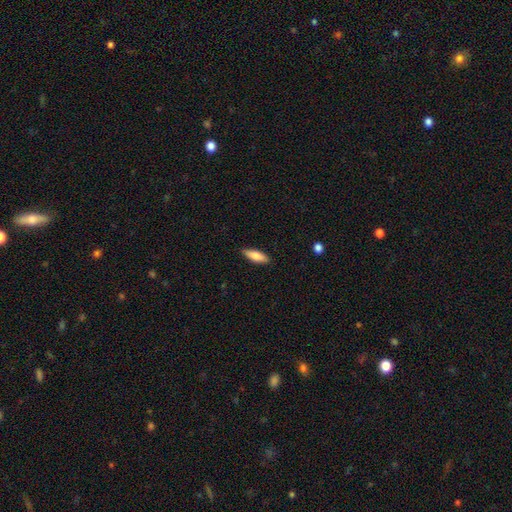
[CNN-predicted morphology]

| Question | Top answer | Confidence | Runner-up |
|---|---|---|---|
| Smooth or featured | smooth | 81% | featured or disk (13%) |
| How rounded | in between | 57% | cigar-shaped (41%) |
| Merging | none | 88% | minor disturbance (9%) |